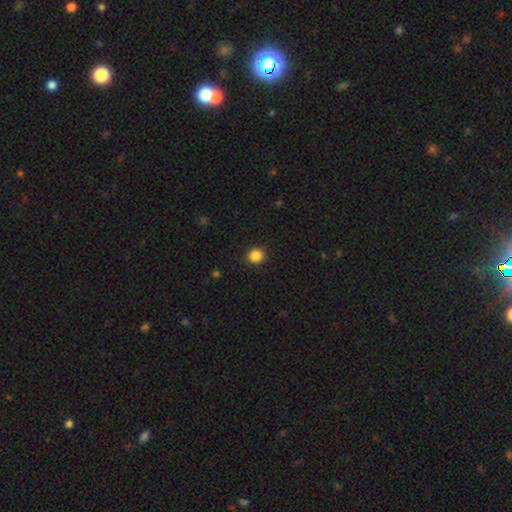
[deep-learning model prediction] Morphology: type=smooth (86%); roundness=round (91%); merging=none (91%).